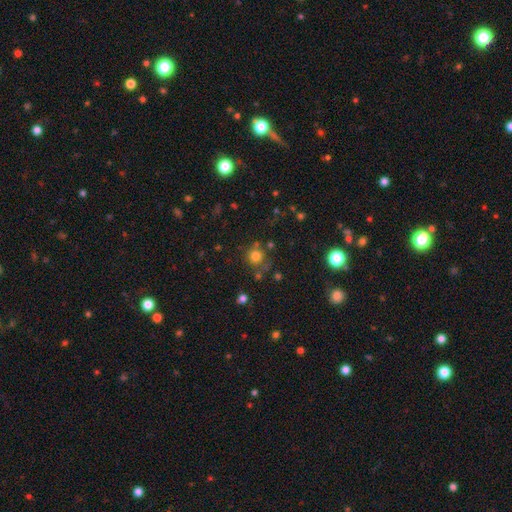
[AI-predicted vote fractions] The model was most divided on "merging": none: 71%, minor disturbance: 13%, merger: 11%, major disturbance: 6%. More confident: how rounded — round (91%); smooth or featured — smooth (76%).